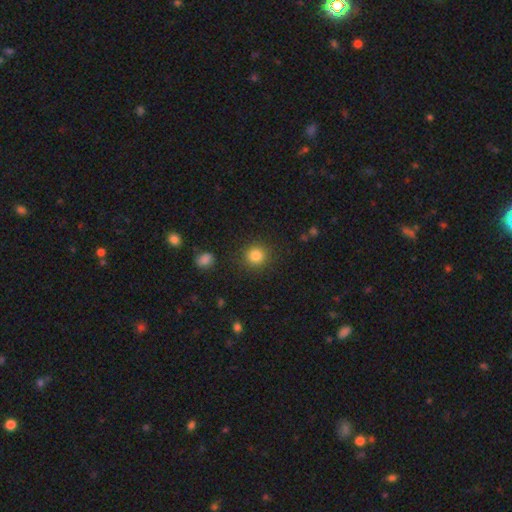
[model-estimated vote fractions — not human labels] Smooth or featured? Predicted: smooth (p=0.84). How rounded? Predicted: round (p=0.91). Merging? Predicted: none (p=0.89).